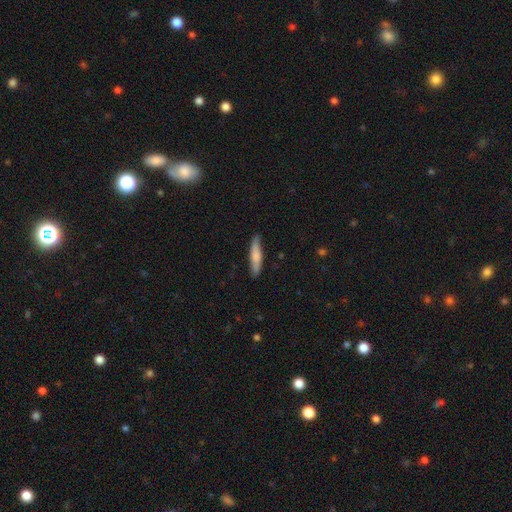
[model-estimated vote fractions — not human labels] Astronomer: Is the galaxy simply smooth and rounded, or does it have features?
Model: smooth — 71%.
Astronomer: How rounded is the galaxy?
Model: cigar-shaped — 84%.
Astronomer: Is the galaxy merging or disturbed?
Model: none — 82%.